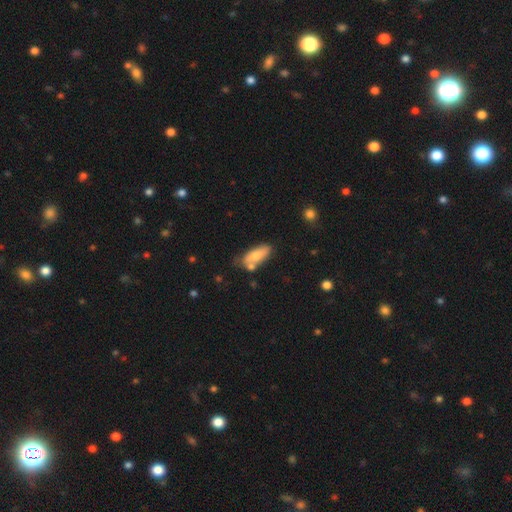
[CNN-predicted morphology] Smooth or featured? Predicted: smooth (p=0.68). How rounded? Predicted: in between (p=0.78). Merging? Predicted: none (p=0.55).